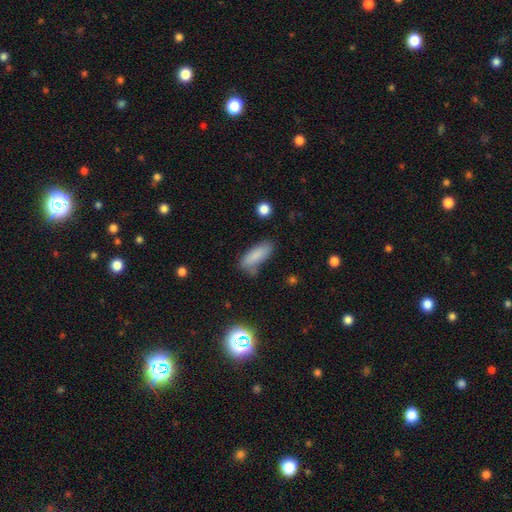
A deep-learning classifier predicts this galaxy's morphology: This is clearly a smooth galaxy (83%). How rounded: likely in between (67%). Merging: likely none (63%).